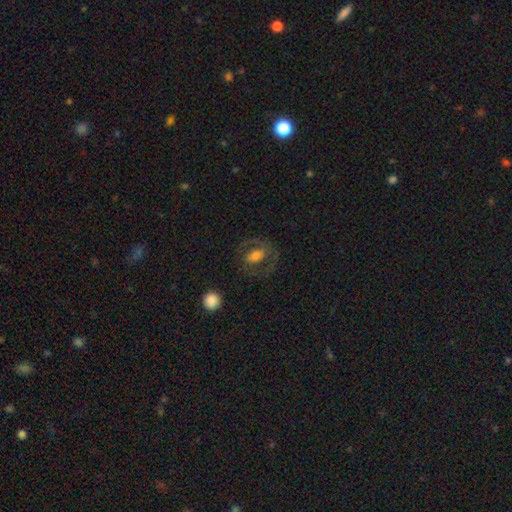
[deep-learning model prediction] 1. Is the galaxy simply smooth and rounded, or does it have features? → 50% featured or disk, 41% smooth, 9% star or artifact.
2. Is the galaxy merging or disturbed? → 65% none, 17% major disturbance, 16% minor disturbance, 2% merger.